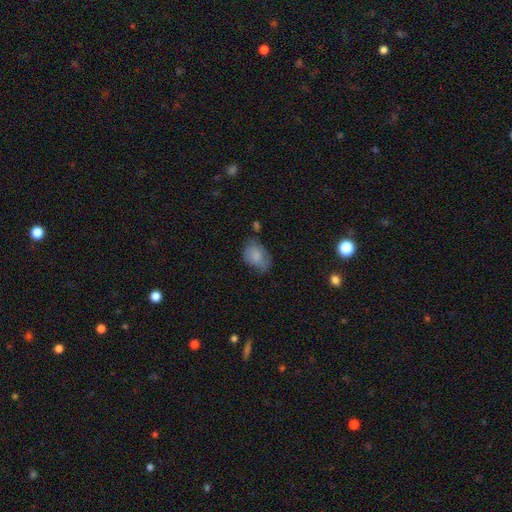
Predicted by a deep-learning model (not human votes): Smooth or featured? Predicted: smooth (p=0.80). How rounded? Predicted: in between (p=0.81). Merging? Predicted: none (p=0.50).